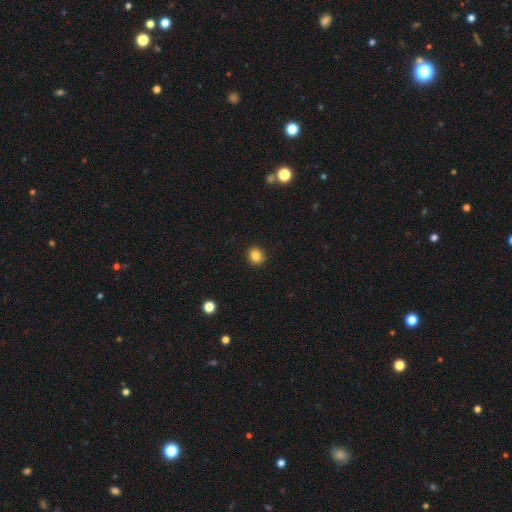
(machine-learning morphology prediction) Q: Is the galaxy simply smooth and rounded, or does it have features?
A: smooth — 85%.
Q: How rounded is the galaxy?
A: round — 81%.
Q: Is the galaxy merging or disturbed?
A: none — 91%.